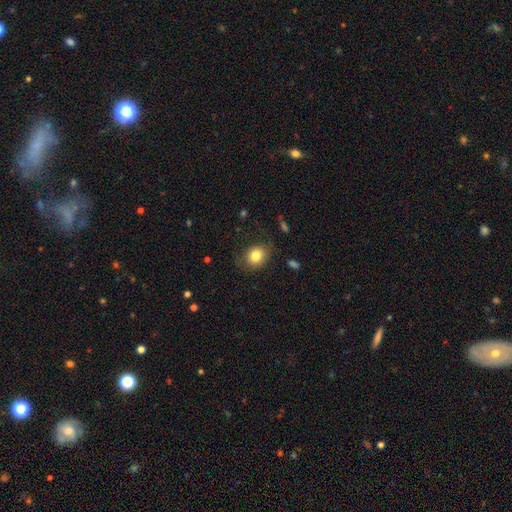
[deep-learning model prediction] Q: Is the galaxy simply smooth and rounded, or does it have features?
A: smooth — 81%.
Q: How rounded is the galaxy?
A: round — 64%.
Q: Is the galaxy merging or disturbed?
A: none — 78%.